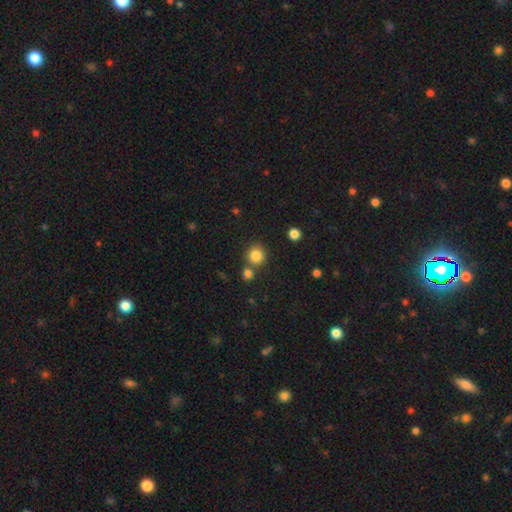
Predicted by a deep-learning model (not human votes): The model was most divided on "merging": none: 71%, merger: 18%, minor disturbance: 8%, major disturbance: 3%. More confident: how rounded — round (89%); smooth or featured — smooth (84%).